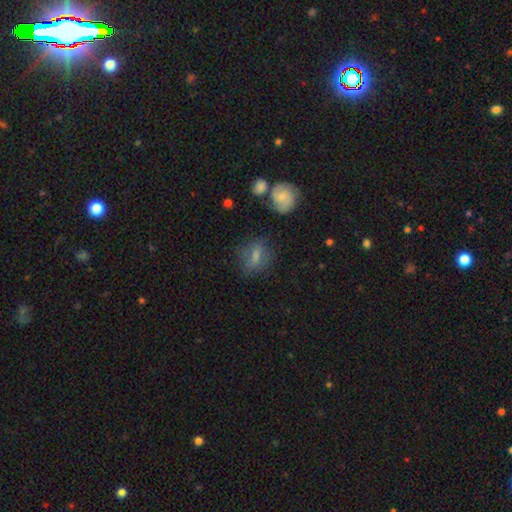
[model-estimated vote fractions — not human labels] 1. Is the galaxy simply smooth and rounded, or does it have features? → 59% smooth, 29% featured or disk, 13% star or artifact.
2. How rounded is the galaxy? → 53% in between, 37% round, 10% cigar-shaped.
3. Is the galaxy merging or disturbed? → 71% none, 17% minor disturbance, 8% major disturbance, 4% merger.